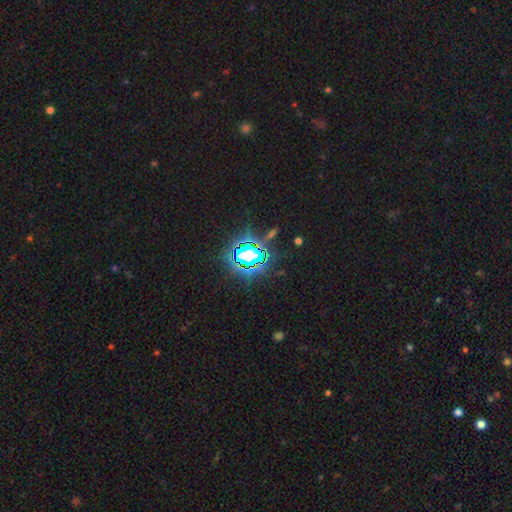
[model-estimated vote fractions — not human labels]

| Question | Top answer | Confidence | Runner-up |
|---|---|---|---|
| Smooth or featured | star or artifact | 80% | smooth (12%) |